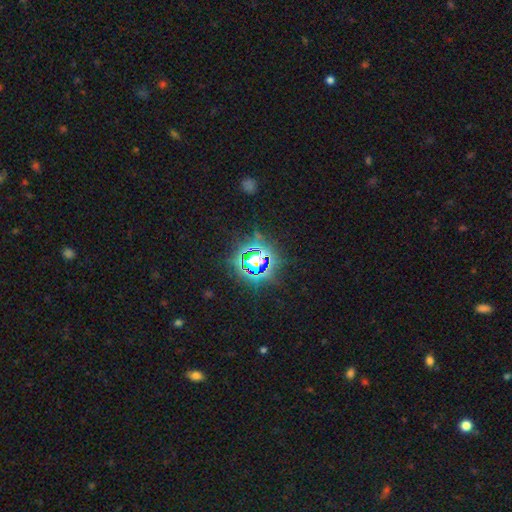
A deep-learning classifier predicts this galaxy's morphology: type=star or artifact (80%).